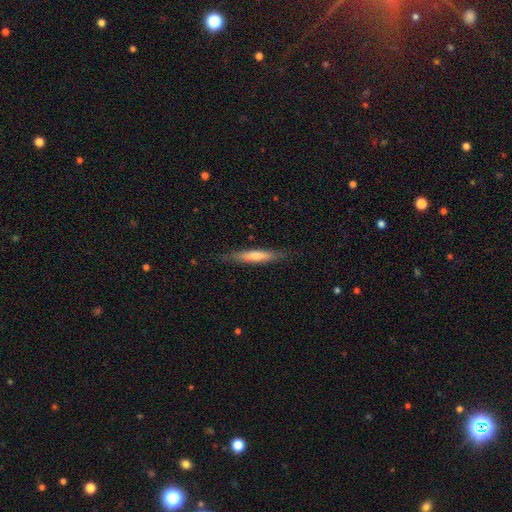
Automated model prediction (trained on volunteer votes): Smooth or featured? smooth (57%)
How rounded? cigar-shaped (91%)
Merging? none (84%)